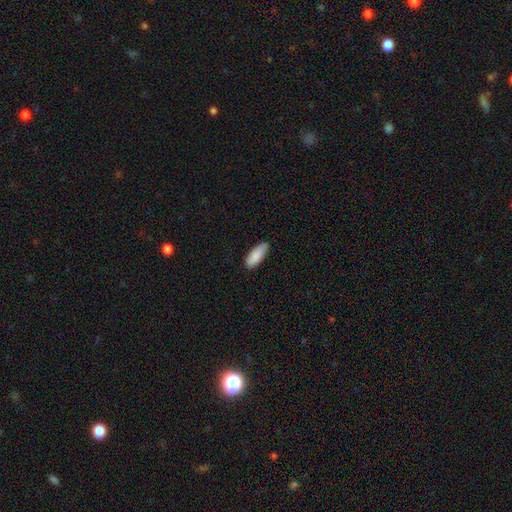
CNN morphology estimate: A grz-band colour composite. It shows a smooth galaxy with no disk features (88%) that is in between round and cigar-shaped (75%). Merging: none (76%).